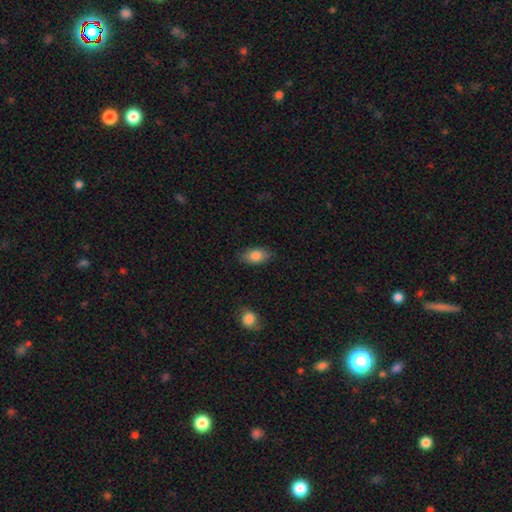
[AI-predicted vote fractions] The model was most divided on "merging": none: 83%, minor disturbance: 13%, major disturbance: 3%, merger: 1%. More confident: how rounded — in between (90%); smooth or featured — smooth (84%).